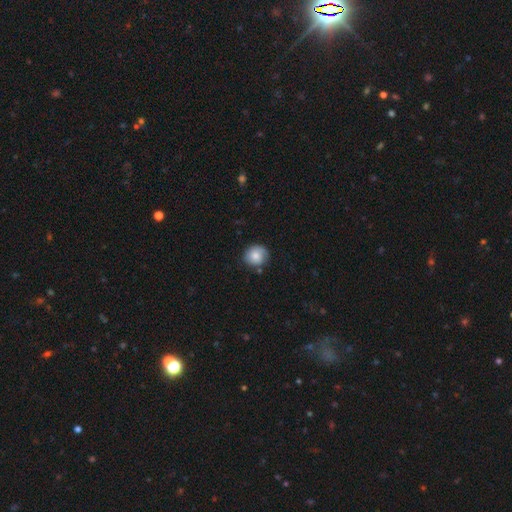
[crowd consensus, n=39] Q: Smooth or featured?
A: smooth (67%); runner-up: featured or disk (26%)
Q: How rounded?
A: round (88%); runner-up: in between (12%)
Q: Merging?
A: none (64%); runner-up: minor disturbance (22%)